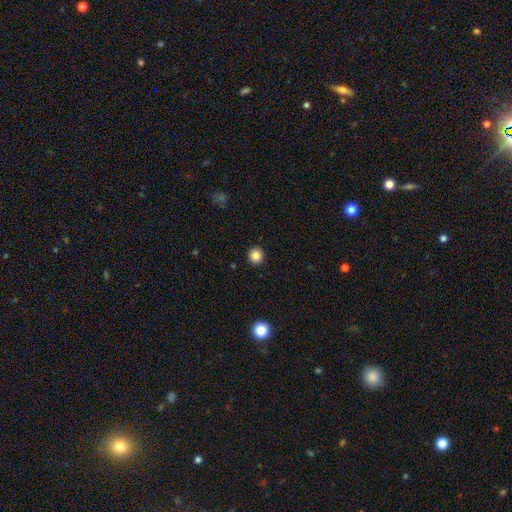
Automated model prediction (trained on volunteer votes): Smooth or featured: smooth — 84% (star or artifact — 11%)
How rounded: round — 95% (in between — 4%)
Merging: none — 93% (minor disturbance — 5%)